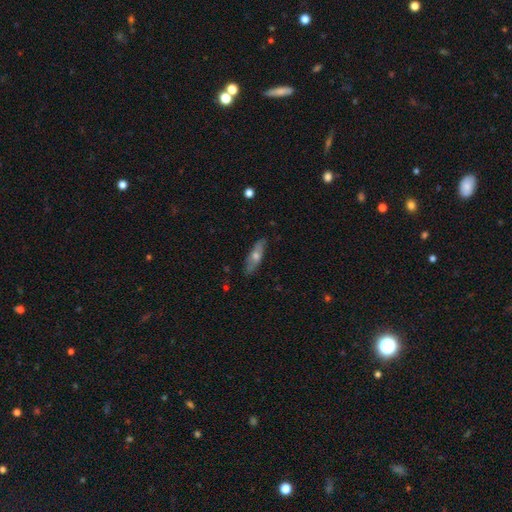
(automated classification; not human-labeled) Smooth or featured? featured or disk (52%)
Edge-on disk? yes (56%)
Merging? none (83%)